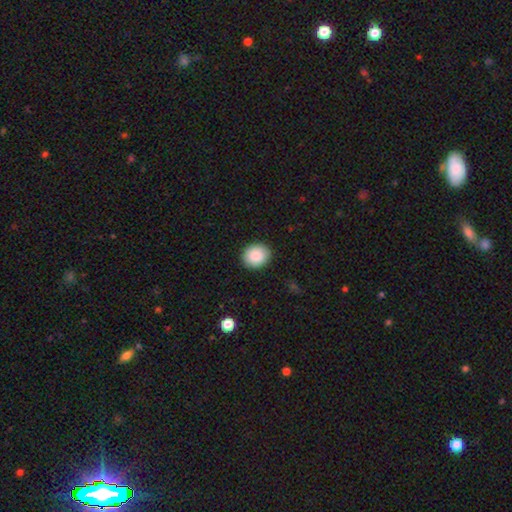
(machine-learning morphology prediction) A smooth galaxy with no disk features (86%) that is round (69%). Merging: none (91%).